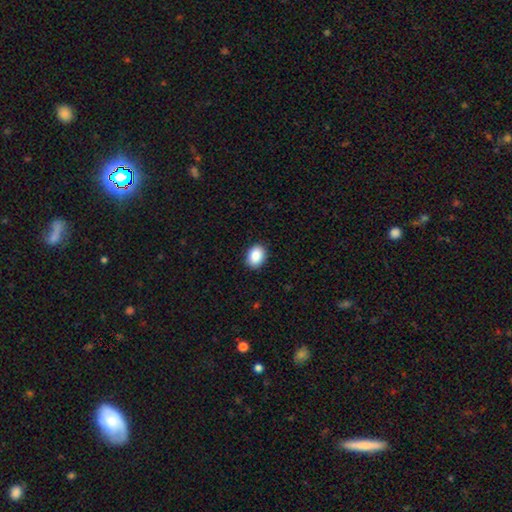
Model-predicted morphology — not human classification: Smooth or featured?
  - smooth: 88% *
  - star or artifact: 8%
  - featured or disk: 4%
How rounded?
  - in between: 65% *
  - round: 34%
  - cigar-shaped: 1%
Merging?
  - none: 90% *
  - minor disturbance: 7%
  - major disturbance: 2%
  - merger: 1%